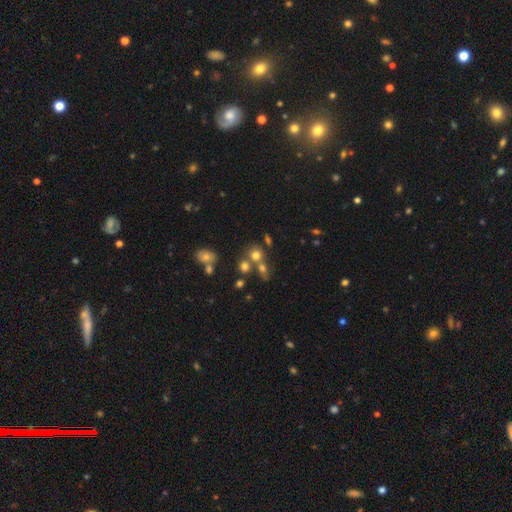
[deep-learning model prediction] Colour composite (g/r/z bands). It shows a smooth galaxy with no disk features (68%) that is round (80%). Merging: none (48%).